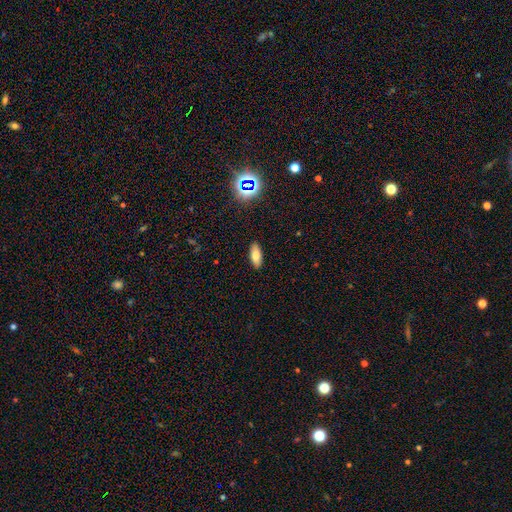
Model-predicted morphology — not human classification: A smooth galaxy with no disk features (76%) that is in between round and cigar-shaped (81%).

Vote fractions:
- Smooth or featured? smooth: 76% / featured or disk: 13% / star or artifact: 11%
- How rounded? in between: 81% / cigar-shaped: 16% / round: 3%
- Merging? none: 89% / minor disturbance: 8% / major disturbance: 2% / merger: 1%